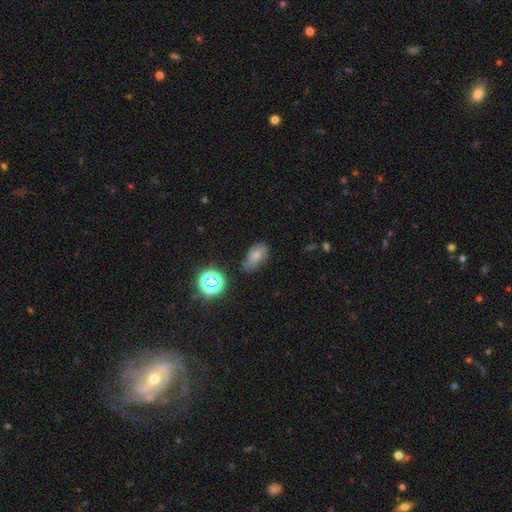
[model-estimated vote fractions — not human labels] Smooth or featured?
  - smooth: 67% *
  - featured or disk: 17%
  - star or artifact: 17%
How rounded?
  - in between: 89% *
  - round: 9%
  - cigar-shaped: 2%
Merging?
  - none: 54% *
  - minor disturbance: 31%
  - major disturbance: 9%
  - merger: 7%